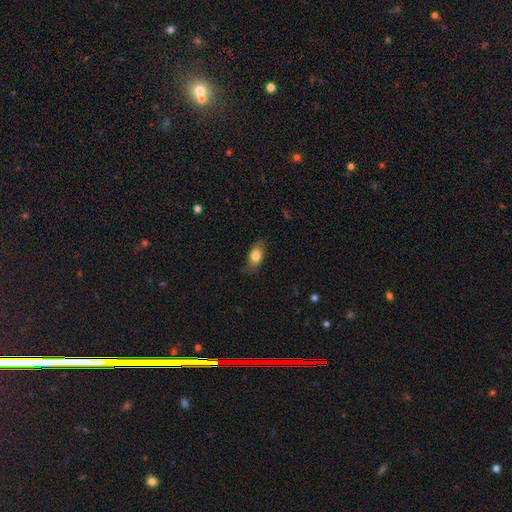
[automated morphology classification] This is clearly a smooth galaxy (80%). How rounded: clearly in between (85%). Merging: likely none (74%).